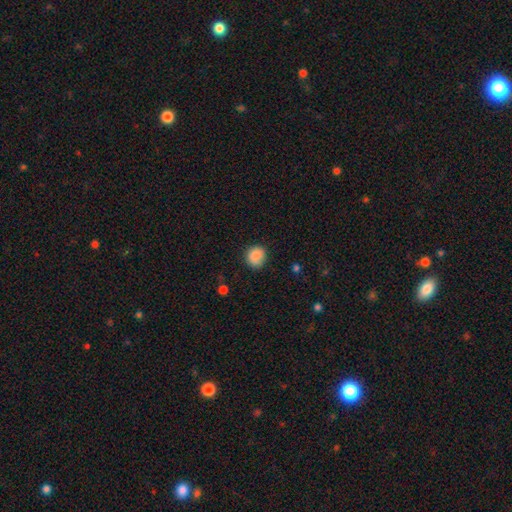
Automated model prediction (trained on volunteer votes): A smooth galaxy with no disk features (86%) that is round (84%).

Vote fractions:
- Smooth or featured? smooth: 86% / star or artifact: 8% / featured or disk: 6%
- How rounded? round: 84% / in between: 15% / cigar-shaped: 1%
- Merging? none: 80% / minor disturbance: 16% / major disturbance: 3% / merger: 1%